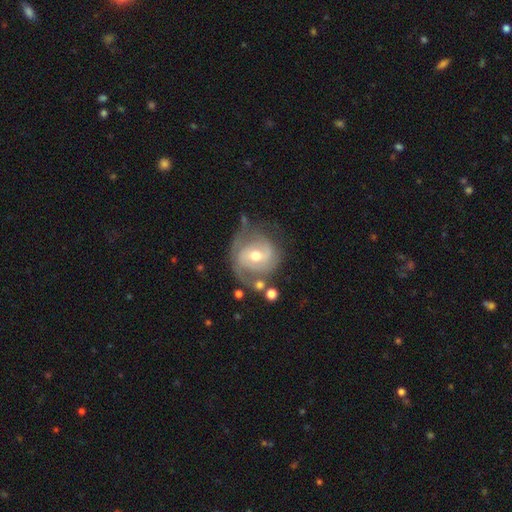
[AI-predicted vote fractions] featured or disk 76%, smooth 18%, star or artifact 6%. Down the decision tree: edge-on disk — no (97%); bar — no (46%); spiral arms — yes (87%); spiral arm count — 2 (60%); spiral winding — tight (50%); bulge size — moderate (69%); merging — none (55%).